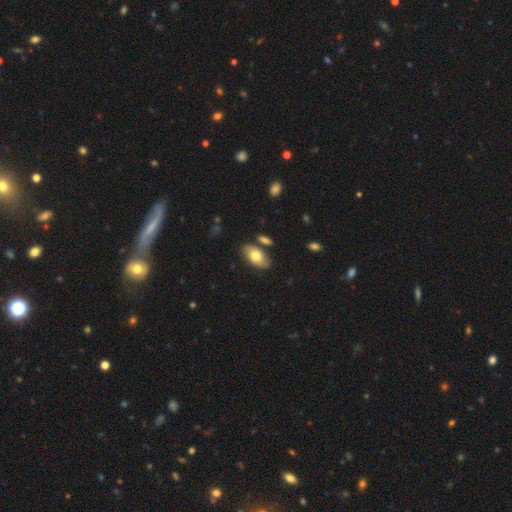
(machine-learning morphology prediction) A smooth galaxy with no disk features (71%) that is in between round and cigar-shaped (93%). Merging: none (74%).